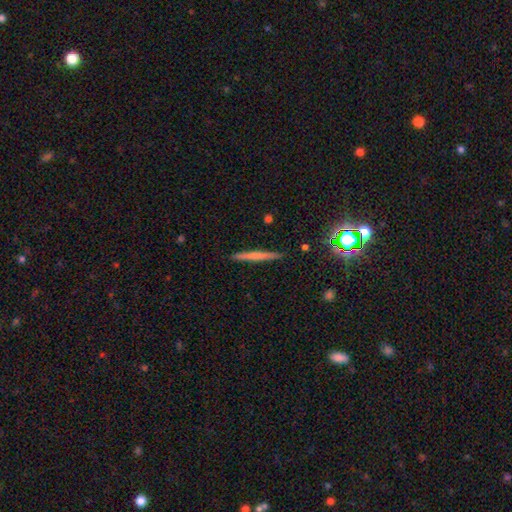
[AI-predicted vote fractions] This appears to be a smooth galaxy with no disk features (51%) that is cigar-shaped (96%). Merging: none (91%).